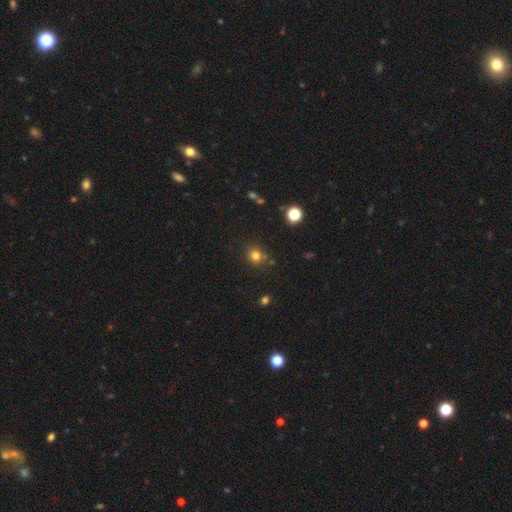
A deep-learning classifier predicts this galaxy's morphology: Smooth or featured?
  - smooth: 77% *
  - star or artifact: 16%
  - featured or disk: 6%
How rounded?
  - round: 80% *
  - in between: 19%
  - cigar-shaped: 1%
Merging?
  - none: 78% *
  - minor disturbance: 11%
  - merger: 7%
  - major disturbance: 3%